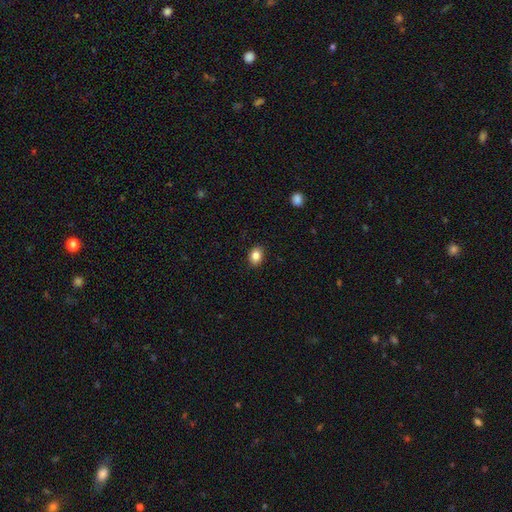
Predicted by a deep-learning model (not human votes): Smooth or featured: smooth — 85% (star or artifact — 9%)
How rounded: in between — 69% (round — 30%)
Merging: none — 89% (minor disturbance — 8%)